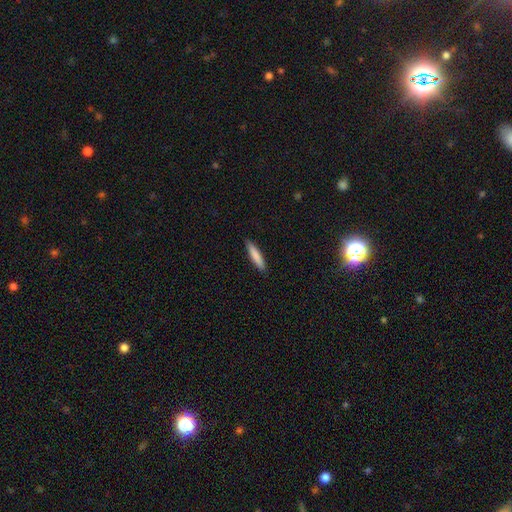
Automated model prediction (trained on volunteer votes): Morphology: type=smooth (82%); roundness=cigar-shaped (89%); merging=none (90%).